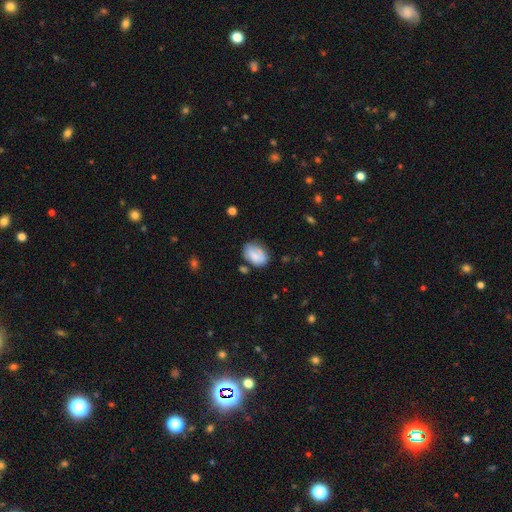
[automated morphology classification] Smooth or featured?
  - smooth: 74% *
  - featured or disk: 18%
  - star or artifact: 8%
How rounded?
  - in between: 80% *
  - round: 18%
  - cigar-shaped: 1%
Merging?
  - none: 57% *
  - minor disturbance: 27%
  - major disturbance: 8%
  - merger: 8%